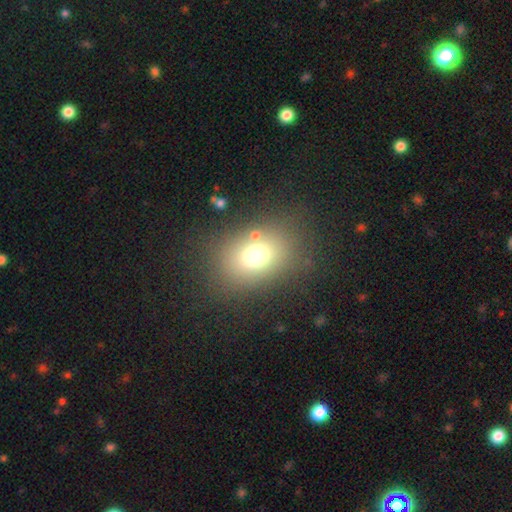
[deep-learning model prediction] Smooth or featured? Predicted: smooth (p=0.72). How rounded? Predicted: in between (p=0.65). Merging? Predicted: none (p=0.79).